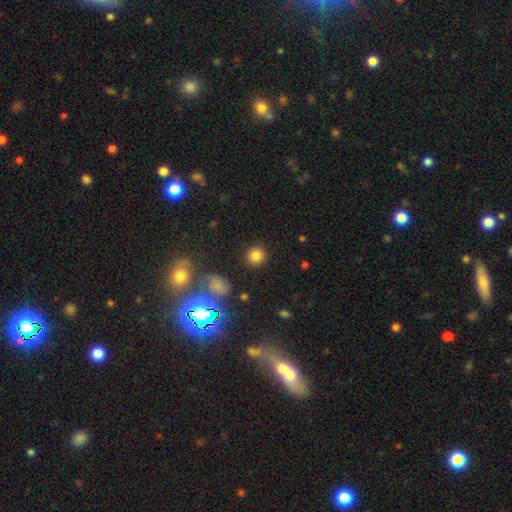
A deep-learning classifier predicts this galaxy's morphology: smooth_or_featured: smooth (p=0.80) [alt: star or artifact p=0.14]
how_rounded: round (p=0.90) [alt: in between p=0.09]
merging: none (p=0.88) [alt: minor disturbance p=0.06]